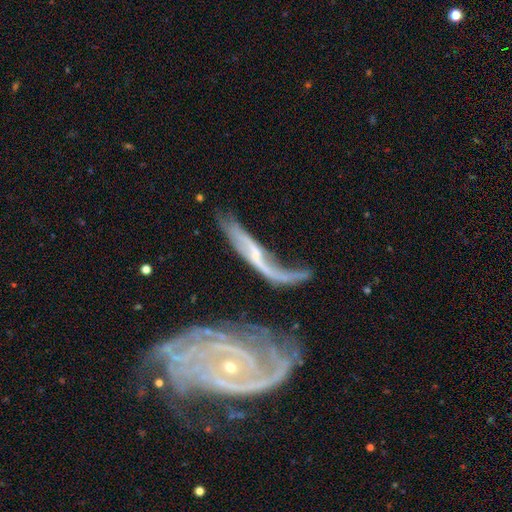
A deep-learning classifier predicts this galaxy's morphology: Smooth or featured? Predicted: featured or disk (p=0.76). Edge-on disk? Predicted: no (p=0.77). Bar? Predicted: no (p=0.52). Spiral arms? Predicted: yes (p=0.79). Bulge size? Predicted: small (p=0.63). Merging? Predicted: major disturbance (p=0.31).